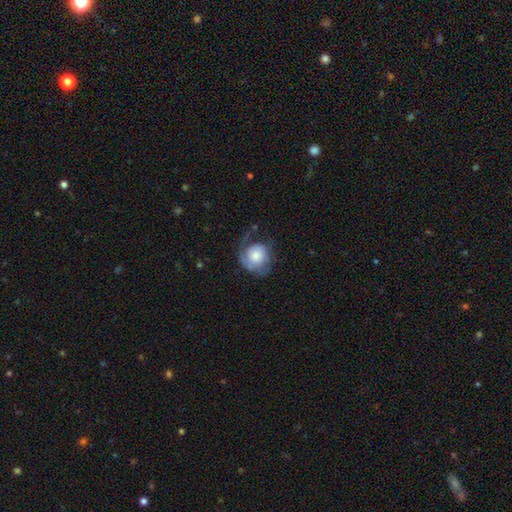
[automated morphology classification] A smooth galaxy with no disk features (56%) that is round (80%).

Vote fractions:
- Smooth or featured? smooth: 56% / featured or disk: 37% / star or artifact: 7%
- How rounded? round: 80% / in between: 19% / cigar-shaped: 1%
- Merging? none: 41% / major disturbance: 31% / minor disturbance: 27% / merger: 2%